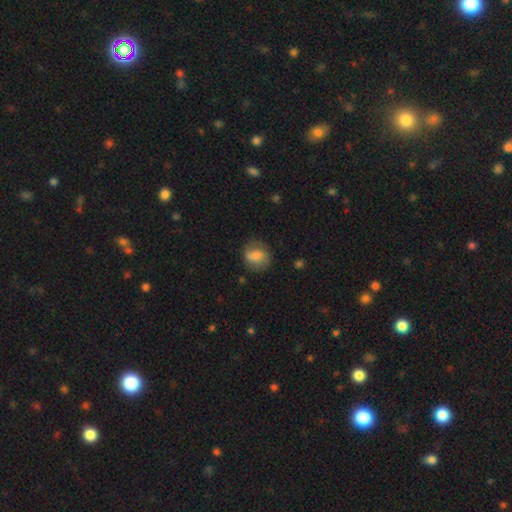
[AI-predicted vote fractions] Smooth or featured?
  - smooth: 67% *
  - featured or disk: 25%
  - star or artifact: 8%
How rounded?
  - round: 69% *
  - in between: 29%
  - cigar-shaped: 1%
Merging?
  - none: 69% *
  - minor disturbance: 20%
  - major disturbance: 8%
  - merger: 2%